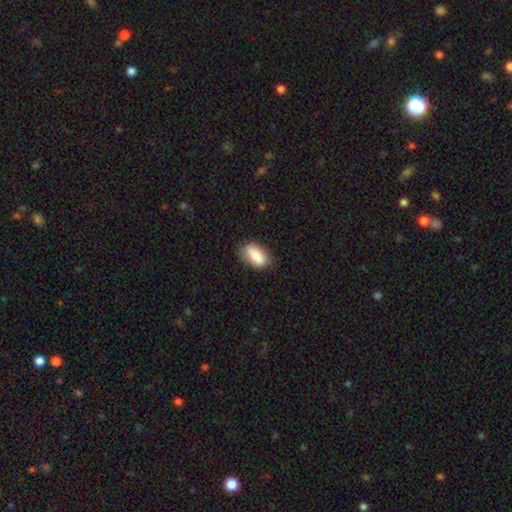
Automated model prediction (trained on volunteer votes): Smooth or featured? Predicted: smooth (p=0.80). How rounded? Predicted: in between (p=0.89). Merging? Predicted: none (p=0.76).